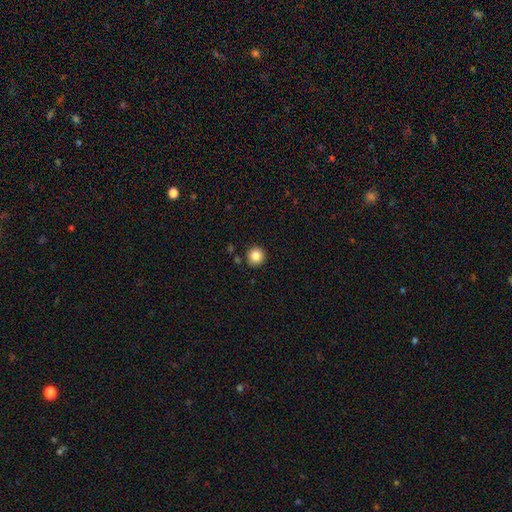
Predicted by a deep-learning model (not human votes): Smooth or featured? smooth (84%)
How rounded? round (93%)
Merging? none (89%)